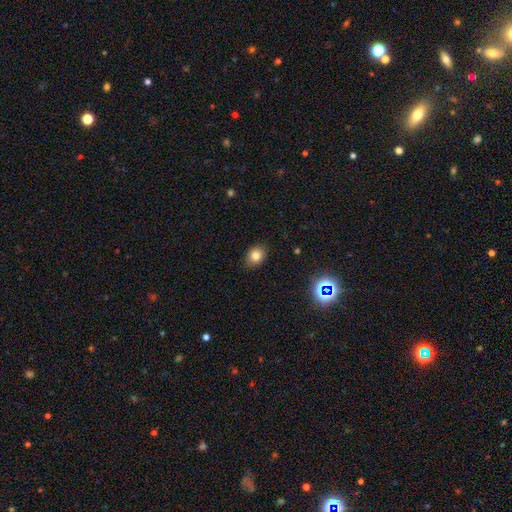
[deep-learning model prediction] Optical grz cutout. It shows a smooth galaxy with no disk features (79%) that is round (51%). Merging: none (87%).